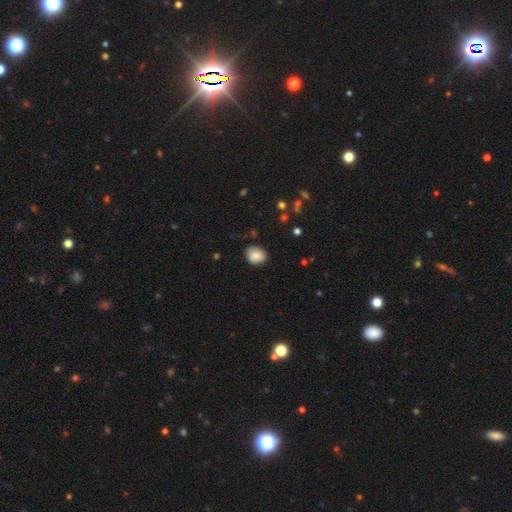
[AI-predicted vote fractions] Smooth or featured? smooth (86%)
How rounded? round (56%)
Merging? none (82%)